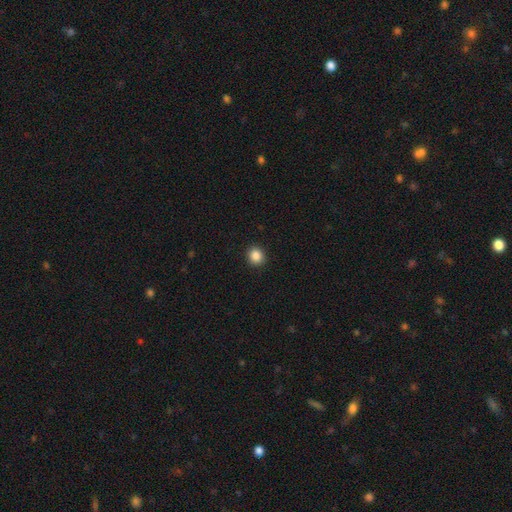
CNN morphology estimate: Smooth or featured? Predicted: smooth (p=0.86). How rounded? Predicted: round (p=0.85). Merging? Predicted: none (p=0.92).